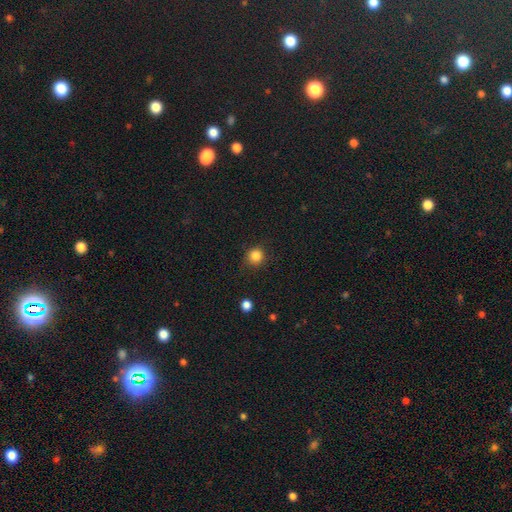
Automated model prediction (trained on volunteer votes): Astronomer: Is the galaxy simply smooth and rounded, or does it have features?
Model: smooth — 84%.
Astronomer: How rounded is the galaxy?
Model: round — 92%.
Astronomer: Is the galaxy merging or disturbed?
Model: none — 86%.